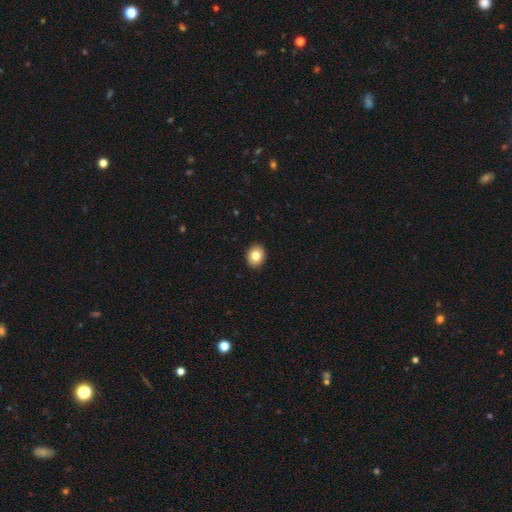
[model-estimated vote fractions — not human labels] Smooth or featured? smooth (81%)
How rounded? round (55%)
Merging? none (92%)